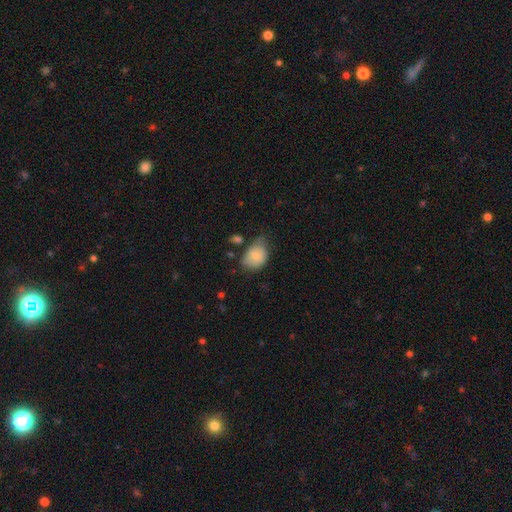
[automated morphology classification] Smooth or featured: smooth — 77% (featured or disk — 15%)
How rounded: in between — 69% (round — 30%)
Merging: none — 42% (minor disturbance — 39%)